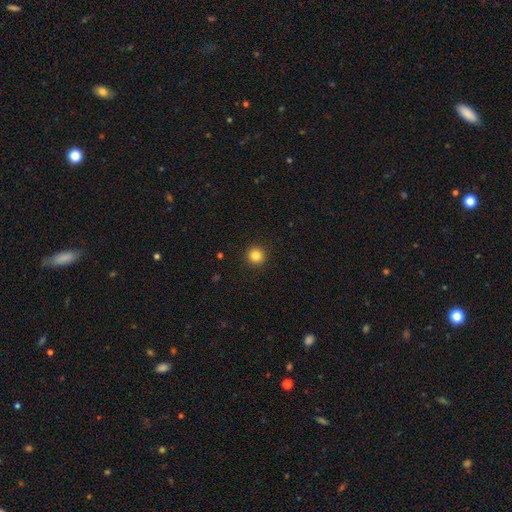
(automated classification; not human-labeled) The model was most divided on "smooth or featured": smooth: 84%, star or artifact: 11%, featured or disk: 5%. More confident: how rounded — round (95%); merging — none (92%).